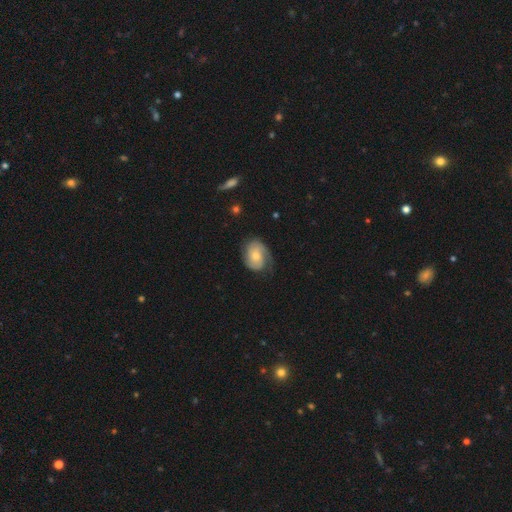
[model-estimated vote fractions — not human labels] The model was most divided on "spiral winding": tight: 46%, medium: 37%, loose: 18%. More confident: edge-on disk — no (97%); spiral arms — yes (89%); bar — no (71%); merging — none (63%); smooth or featured — featured or disk (62%); spiral arm count — 2 (55%); bulge size — moderate (52%).